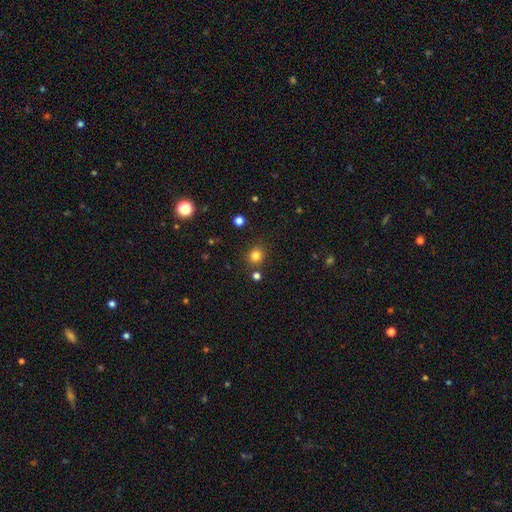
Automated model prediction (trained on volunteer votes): smooth-or-featured: smooth: 81% | star or artifact: 14% | featured or disk: 5%
  how-rounded: round: 86% | in between: 13% | cigar-shaped: 1%
  merging: none: 82% | minor disturbance: 9% | merger: 6% | major disturbance: 3%